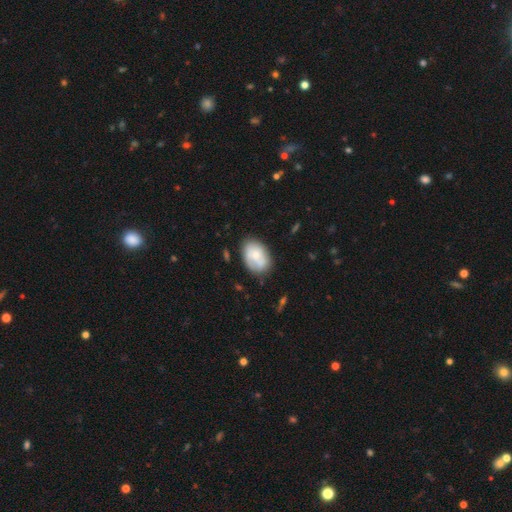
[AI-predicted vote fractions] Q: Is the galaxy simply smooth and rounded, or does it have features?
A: smooth — 63%.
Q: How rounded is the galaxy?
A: in between — 80%.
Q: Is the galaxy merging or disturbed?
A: none — 67%.